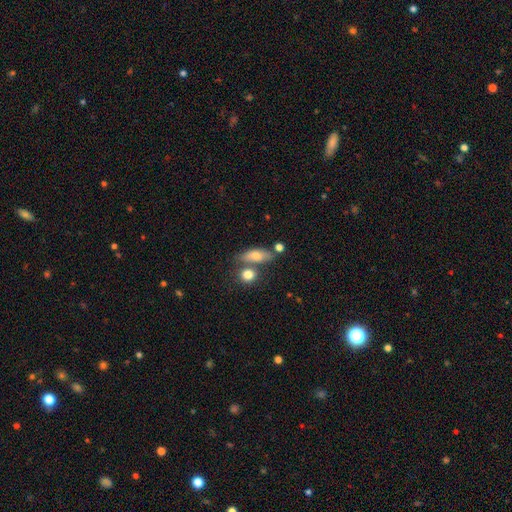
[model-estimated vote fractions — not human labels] smooth 72%, featured or disk 20%, star or artifact 9%. Down the decision tree: how rounded — in between (62%); merging — none (55%).